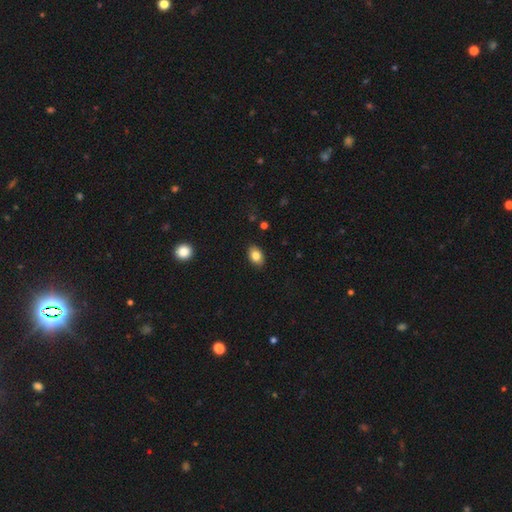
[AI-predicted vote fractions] This appears to be a smooth galaxy with no disk features (83%) that is in between round and cigar-shaped (83%). Merging: none (89%).